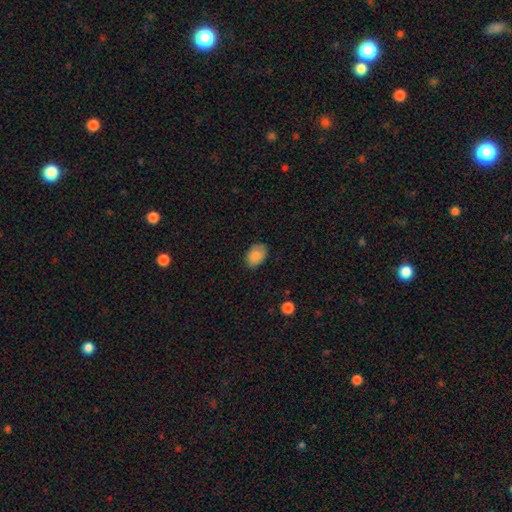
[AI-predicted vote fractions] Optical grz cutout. It shows a smooth galaxy with no disk features (87%) that is in between round and cigar-shaped (84%). Merging: none (83%).